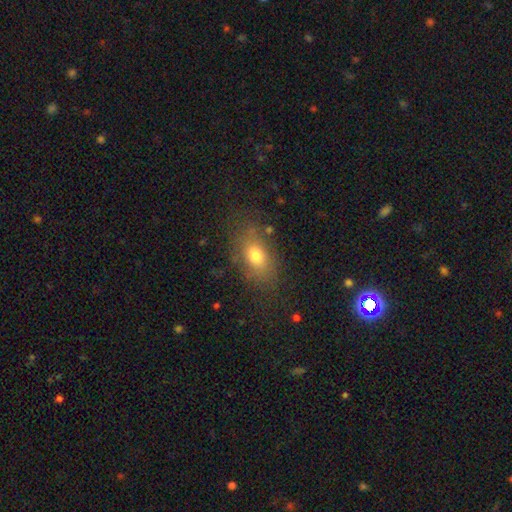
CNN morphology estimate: A smooth galaxy with no disk features (74%) that is in between round and cigar-shaped (82%). Merging: none (77%).